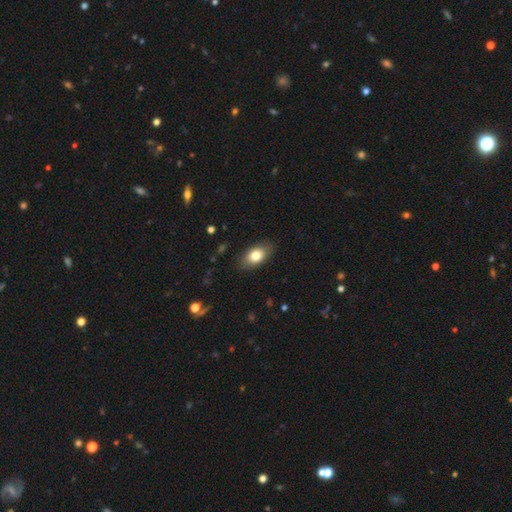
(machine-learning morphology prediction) smooth 79%, featured or disk 14%, star or artifact 7%. Down the decision tree: how rounded — in between (90%); merging — none (85%).